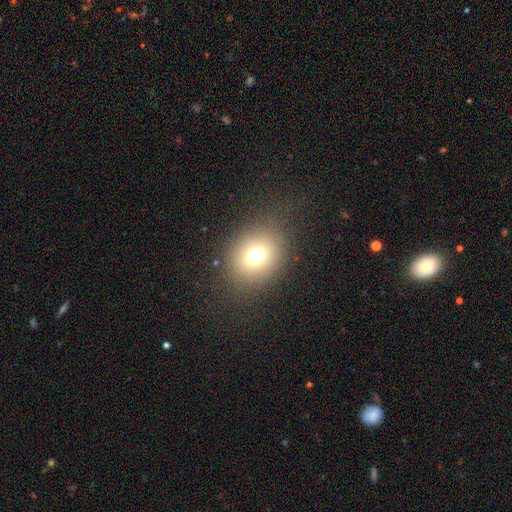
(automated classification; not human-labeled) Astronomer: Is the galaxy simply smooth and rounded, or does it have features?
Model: smooth — 69%.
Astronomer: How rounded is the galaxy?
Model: round — 50% (runner-up: in between, 49%).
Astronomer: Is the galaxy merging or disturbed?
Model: none — 80%.